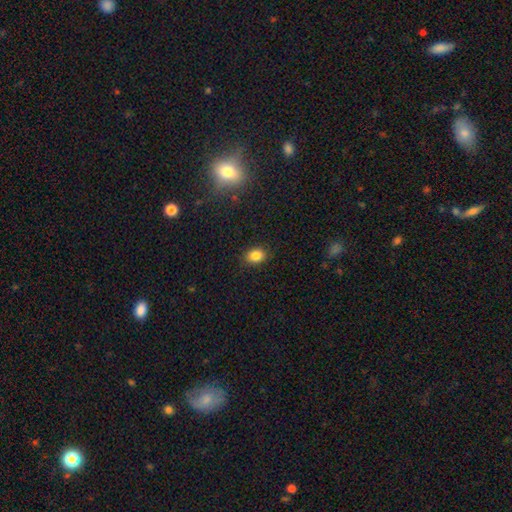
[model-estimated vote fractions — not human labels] smooth-or-featured: smooth: 83% | star or artifact: 11% | featured or disk: 6%
  how-rounded: in between: 60% | round: 39% | cigar-shaped: 1%
  merging: none: 87% | minor disturbance: 9% | major disturbance: 2% | merger: 1%